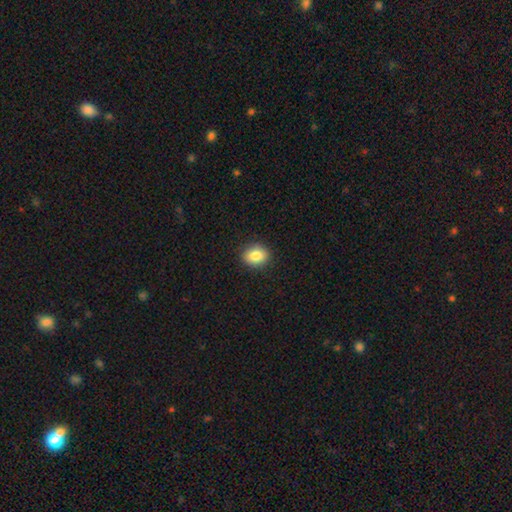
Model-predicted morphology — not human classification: smooth 85%, star or artifact 9%, featured or disk 6%. Down the decision tree: how rounded — round (57%); merging — none (89%).